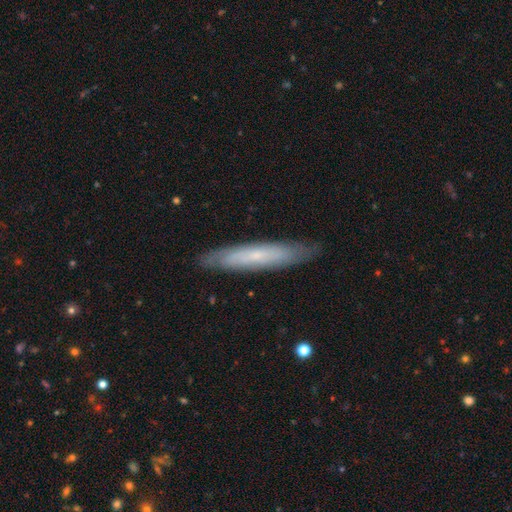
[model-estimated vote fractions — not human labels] The model was most divided on "smooth or featured": featured or disk: 47%, smooth: 46%, star or artifact: 7%. More confident: merging — none (86%).